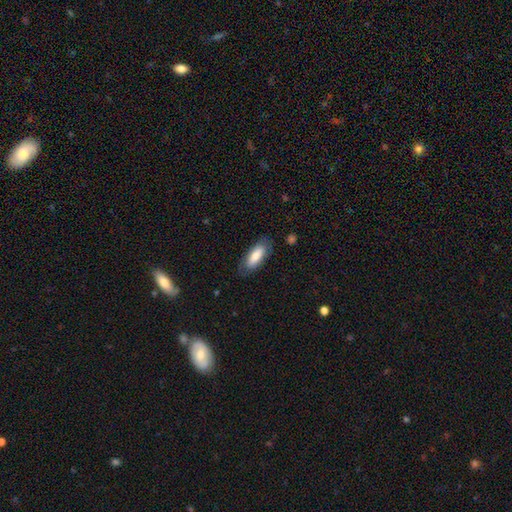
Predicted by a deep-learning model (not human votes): Smooth or featured? smooth (79%)
How rounded? in between (75%)
Merging? none (80%)